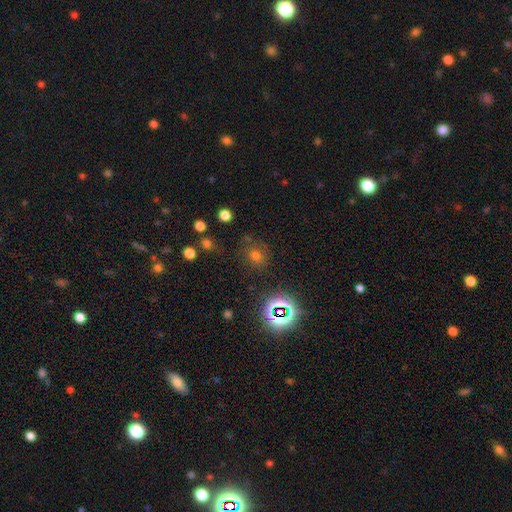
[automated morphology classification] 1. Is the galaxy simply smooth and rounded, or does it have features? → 61% smooth, 30% star or artifact, 9% featured or disk.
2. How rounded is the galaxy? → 83% round, 16% in between, 1% cigar-shaped.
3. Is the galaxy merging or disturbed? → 77% none, 12% minor disturbance, 6% major disturbance, 4% merger.